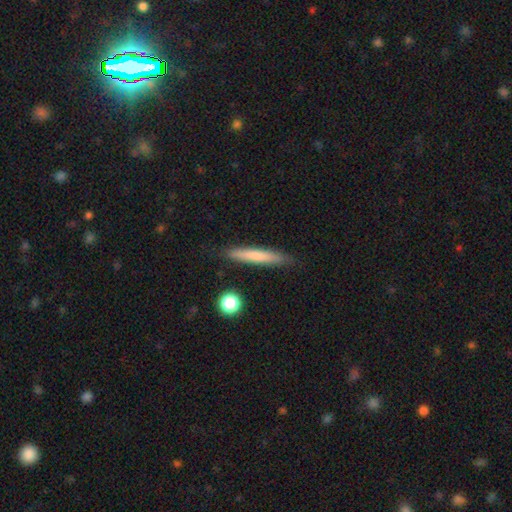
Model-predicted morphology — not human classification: The model was most divided on "smooth or featured": smooth: 71%, featured or disk: 22%, star or artifact: 7%. More confident: how rounded — cigar-shaped (94%); merging — none (86%).